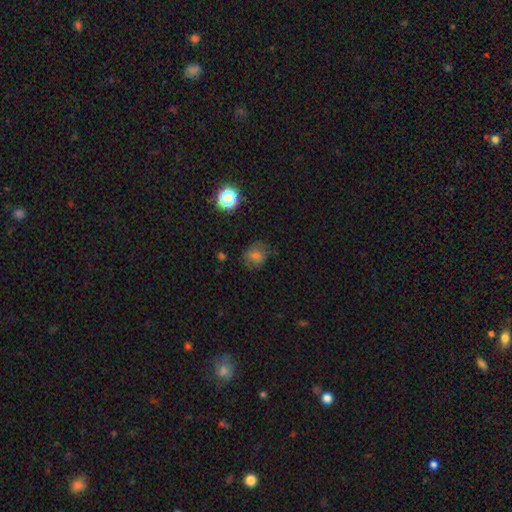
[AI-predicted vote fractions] This appears to be a smooth galaxy with no disk features (66%) that is round (64%). Merging: none (61%).